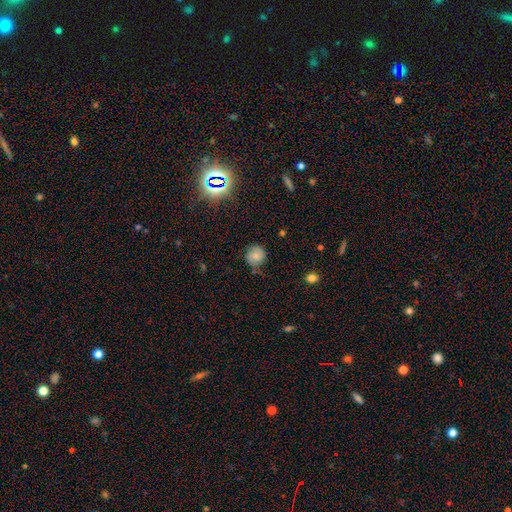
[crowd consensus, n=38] Smooth or featured? 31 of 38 (82%) said smooth. How rounded? 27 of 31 (87%) said round. Merging? 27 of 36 (75%) said none.